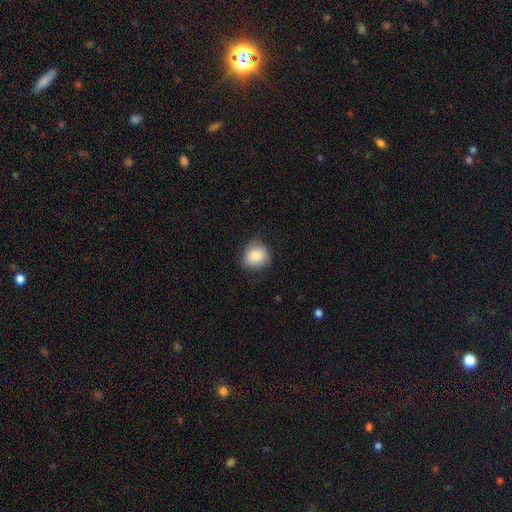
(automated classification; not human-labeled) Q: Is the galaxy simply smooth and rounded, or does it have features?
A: smooth — 84%.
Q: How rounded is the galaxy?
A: round — 80%.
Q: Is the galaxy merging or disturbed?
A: none — 73%.